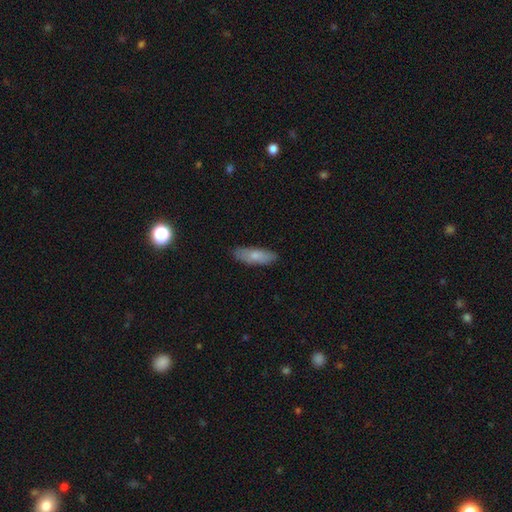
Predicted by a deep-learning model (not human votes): smooth 75%, featured or disk 19%, star or artifact 6%. Down the decision tree: how rounded — in between (55%); merging — none (86%).